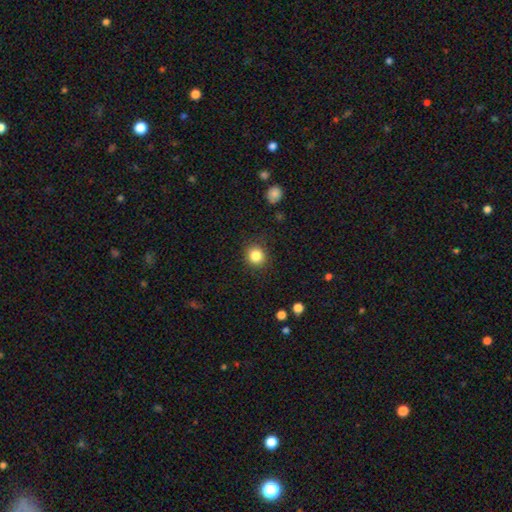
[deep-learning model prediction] Morphology: type=smooth (84%); roundness=round (88%); merging=none (88%).